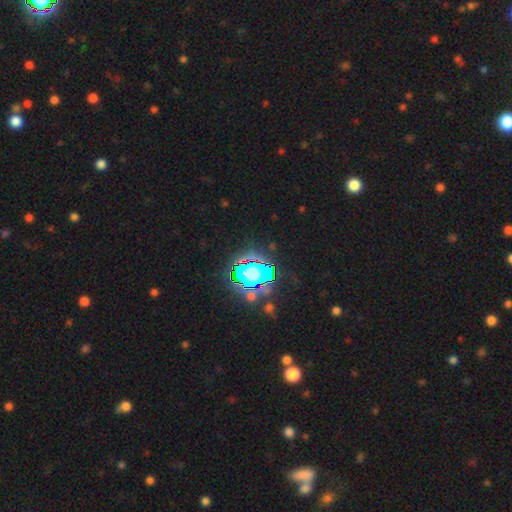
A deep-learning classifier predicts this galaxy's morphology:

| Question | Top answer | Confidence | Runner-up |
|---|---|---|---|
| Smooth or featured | star or artifact | 83% | smooth (10%) |